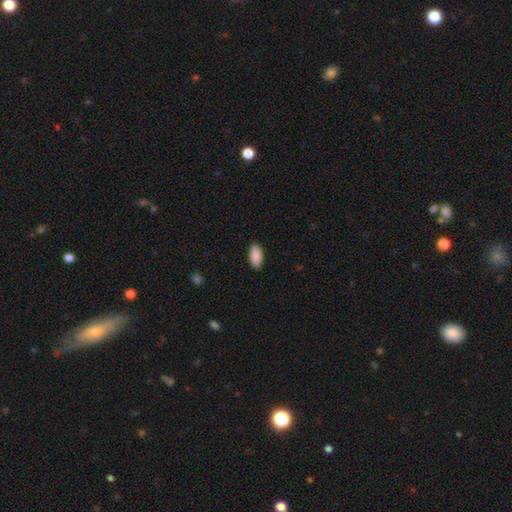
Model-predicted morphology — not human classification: smooth 90%, star or artifact 6%, featured or disk 3%. Down the decision tree: how rounded — in between (93%); merging — none (88%).